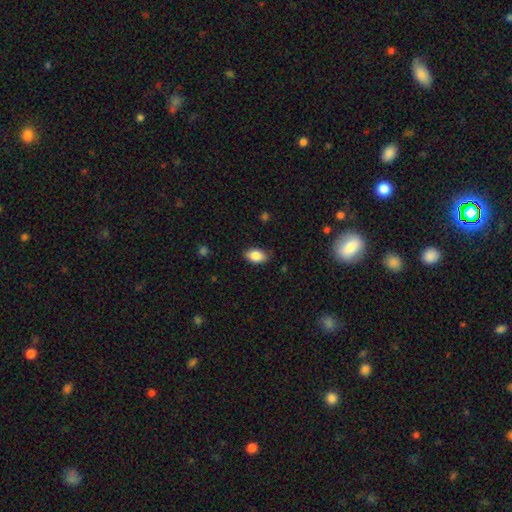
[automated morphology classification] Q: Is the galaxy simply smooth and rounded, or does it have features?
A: smooth — 86%.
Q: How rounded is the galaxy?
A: in between — 90%.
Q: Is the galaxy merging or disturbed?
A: none — 85%.